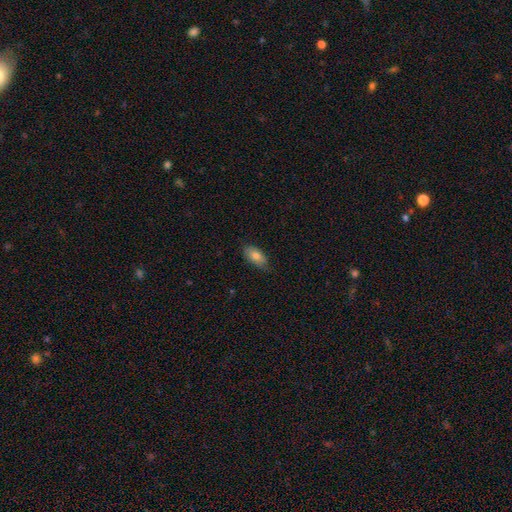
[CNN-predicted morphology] A smooth galaxy with no disk features (79%) that is in between round and cigar-shaped (91%).

Vote fractions:
- Smooth or featured? smooth: 79% / featured or disk: 15% / star or artifact: 7%
- How rounded? in between: 91% / cigar-shaped: 6% / round: 3%
- Merging? none: 76% / minor disturbance: 20% / major disturbance: 3% / merger: 1%